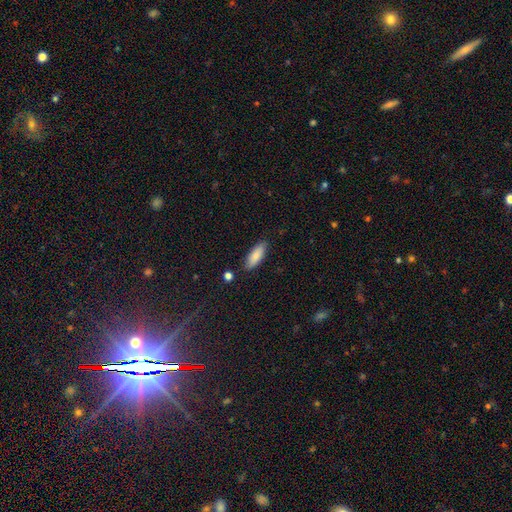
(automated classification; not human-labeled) Smooth or featured? smooth (86%)
How rounded? in between (63%)
Merging? none (85%)